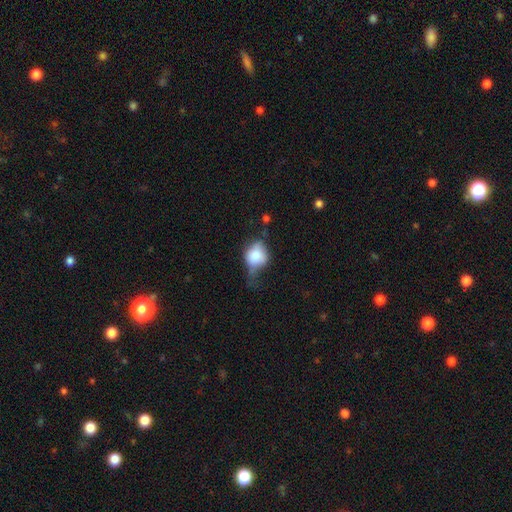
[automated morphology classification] A smooth galaxy with no disk features (71%) that is round (63%). Merging: minor disturbance (36%).